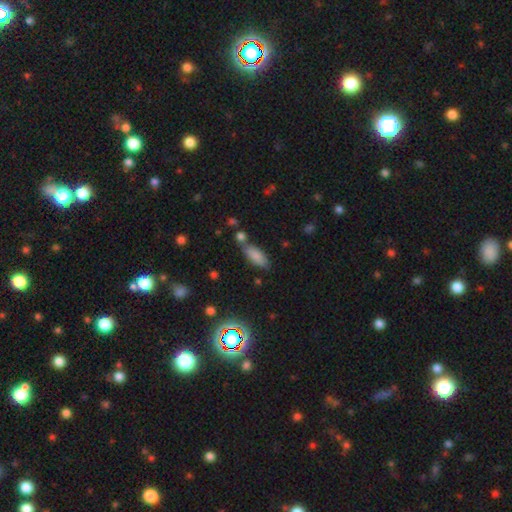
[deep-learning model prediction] This appears to be a smooth galaxy with no disk features (82%) that is in between round and cigar-shaped (74%). Merging: none (62%).